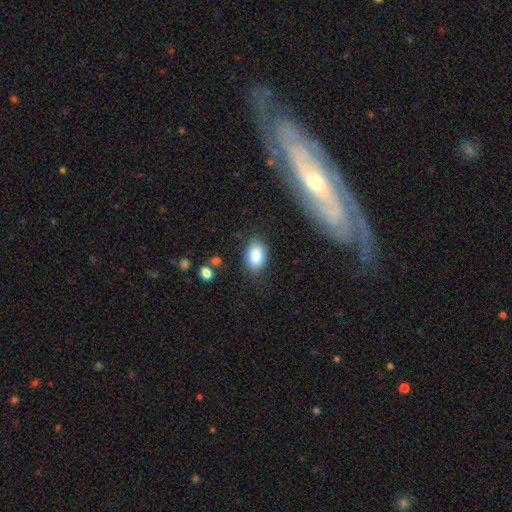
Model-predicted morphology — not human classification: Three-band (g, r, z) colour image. It shows a smooth galaxy with no disk features (86%) that is in between round and cigar-shaped (89%). Merging: none (82%).